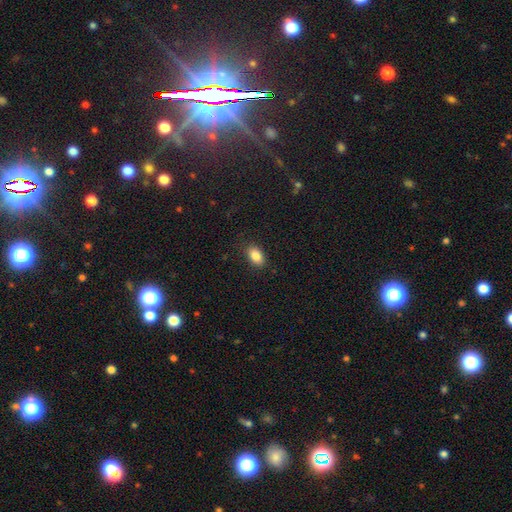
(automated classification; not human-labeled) This appears to be a smooth galaxy with no disk features (85%) that is in between round and cigar-shaped (91%). Merging: none (86%).